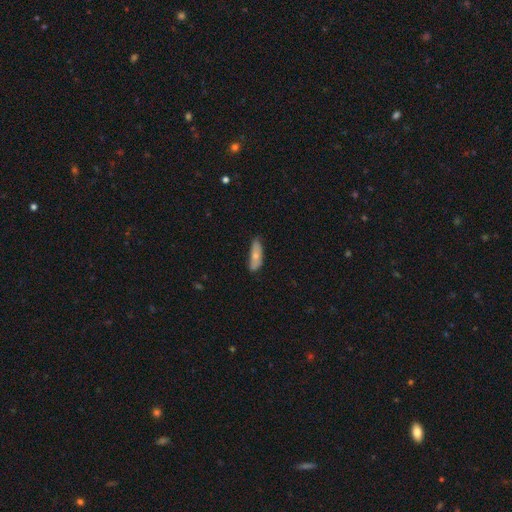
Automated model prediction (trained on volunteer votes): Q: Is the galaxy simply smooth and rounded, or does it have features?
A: smooth — 66%.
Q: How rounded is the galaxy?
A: in between — 59%.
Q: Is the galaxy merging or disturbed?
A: none — 68%.